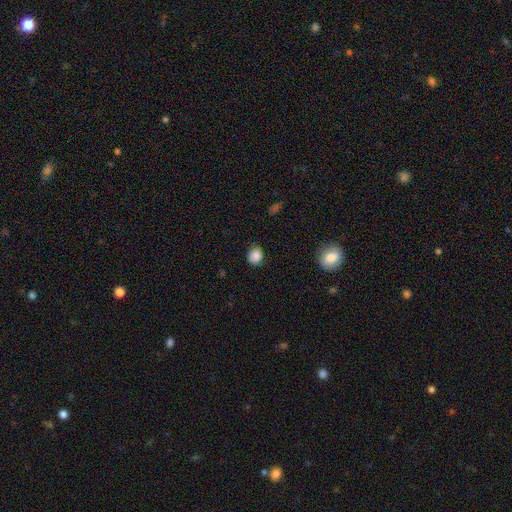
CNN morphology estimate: smooth_or_featured: smooth (p=0.87) [alt: star or artifact p=0.10]
how_rounded: round (p=0.70) [alt: in between p=0.29]
merging: none (p=0.83) [alt: minor disturbance p=0.13]